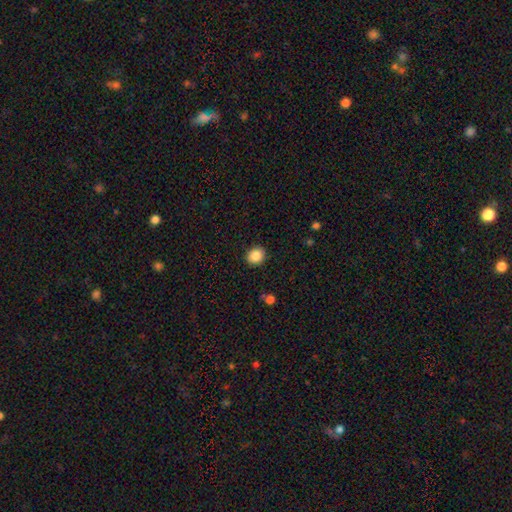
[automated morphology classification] A smooth galaxy with no disk features (86%) that is round (77%). Merging: none (90%).